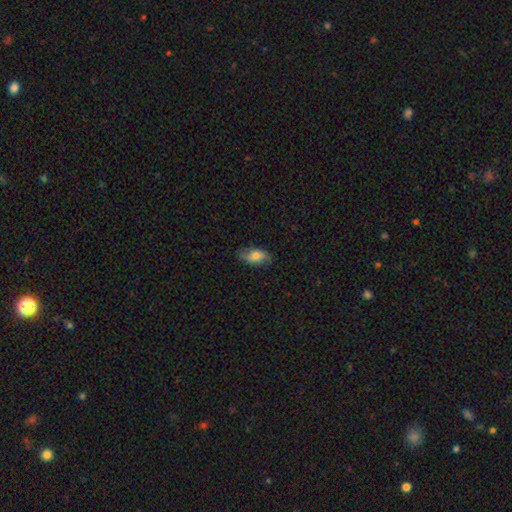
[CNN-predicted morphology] The model was most divided on "smooth or featured": smooth: 66%, featured or disk: 26%, star or artifact: 8%. More confident: how rounded — in between (89%); merging — none (77%).